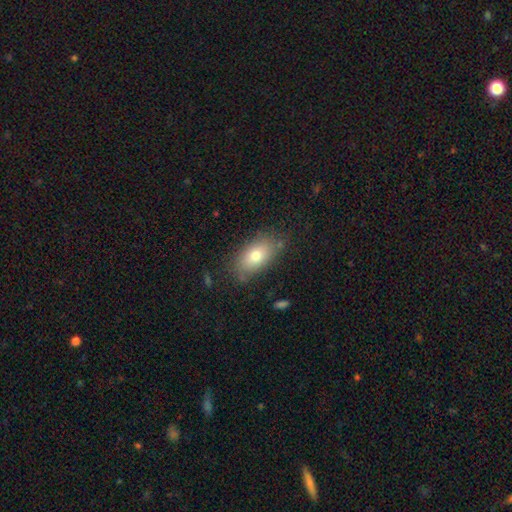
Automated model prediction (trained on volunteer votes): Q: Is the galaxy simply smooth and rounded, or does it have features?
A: smooth — 76%.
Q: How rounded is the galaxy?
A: in between — 89%.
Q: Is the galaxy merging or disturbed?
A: none — 77%.